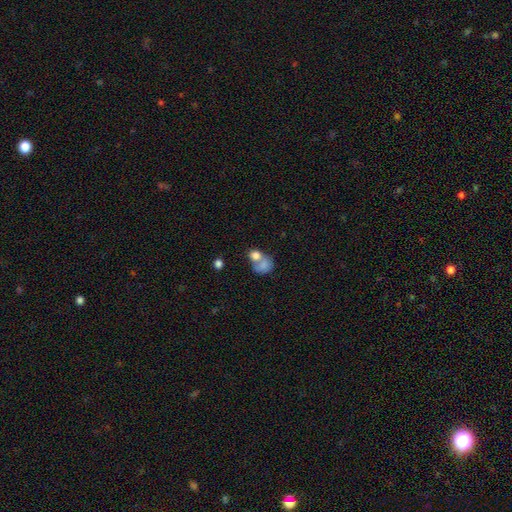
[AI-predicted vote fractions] smooth-or-featured: smooth: 76% | featured or disk: 15% | star or artifact: 9%
  how-rounded: round: 56% | in between: 43% | cigar-shaped: 1%
  merging: merger: 61% | none: 23% | minor disturbance: 9% | major disturbance: 7%